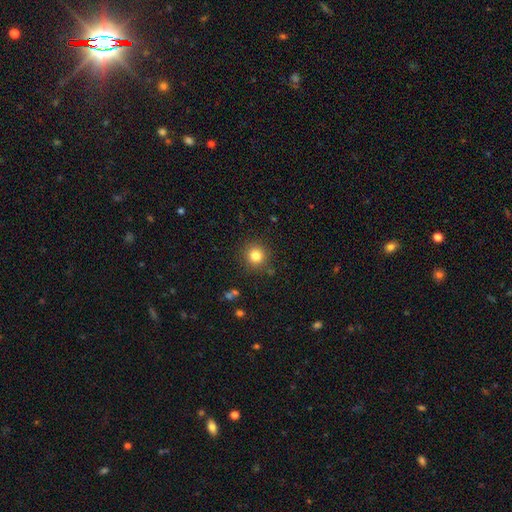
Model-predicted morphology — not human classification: A smooth galaxy with no disk features (81%) that is round (93%). Merging: none (87%).